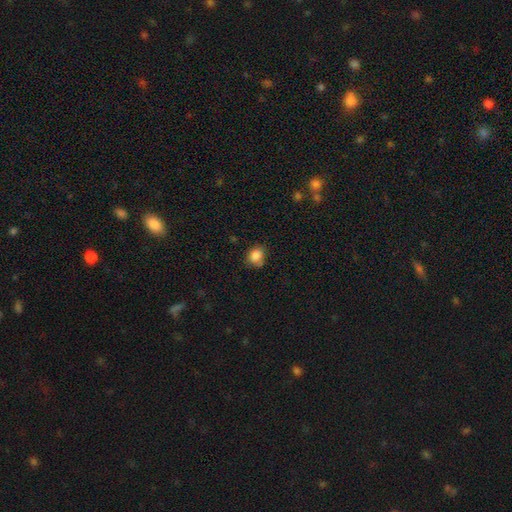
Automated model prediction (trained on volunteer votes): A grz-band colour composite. It shows a smooth galaxy with no disk features (84%) that is round (61%). Merging: none (64%).